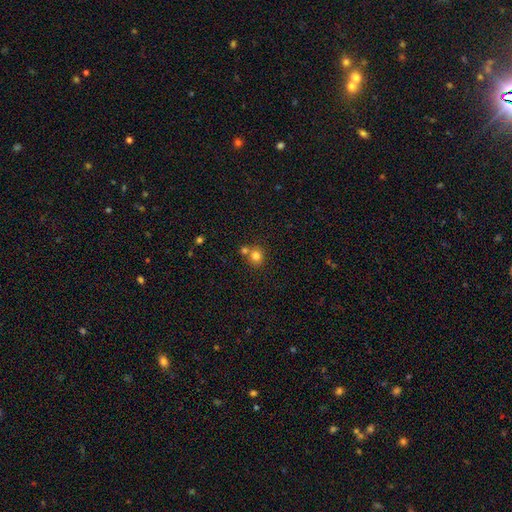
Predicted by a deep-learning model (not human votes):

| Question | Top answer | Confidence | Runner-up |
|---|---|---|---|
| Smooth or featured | smooth | 80% | star or artifact (13%) |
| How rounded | round | 84% | in between (15%) |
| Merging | none | 58% | merger (31%) |